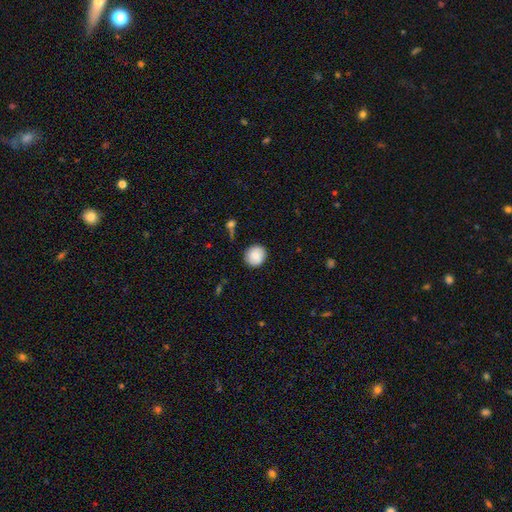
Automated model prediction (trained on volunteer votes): Smooth or featured? smooth (86%)
How rounded? round (86%)
Merging? none (86%)